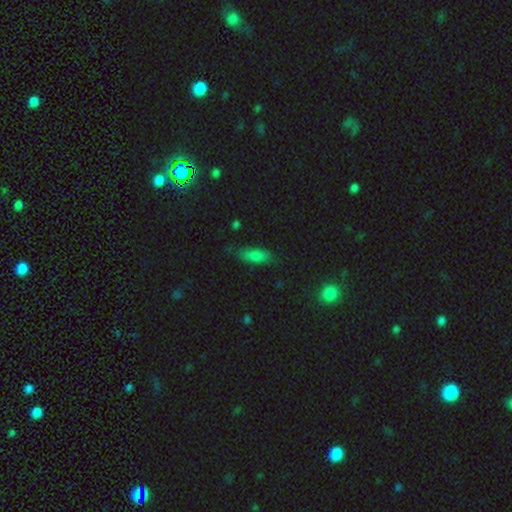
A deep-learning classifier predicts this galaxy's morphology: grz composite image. It shows a smooth galaxy with no disk features (79%) that is in between round and cigar-shaped (63%). Merging: none (72%).